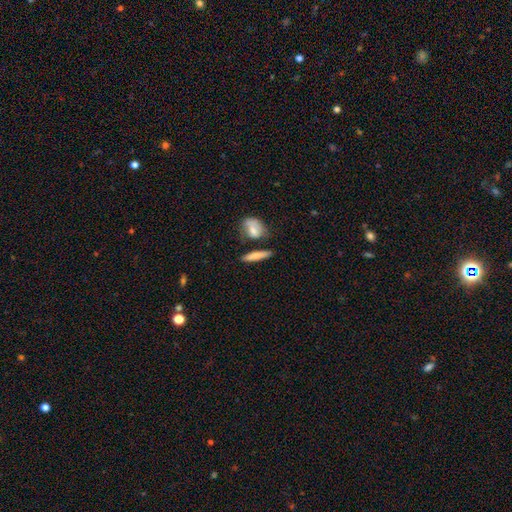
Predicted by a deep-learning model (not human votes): Overall: smooth (70%). How rounded: cigar-shaped (74%). Merging: none (71%).